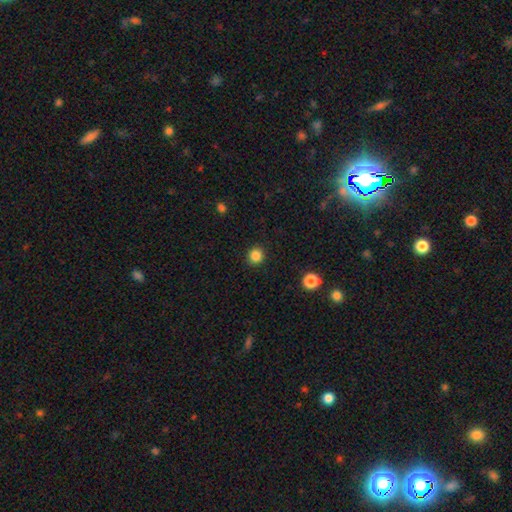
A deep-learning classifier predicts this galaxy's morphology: Q: Smooth or featured?
A: smooth (85%); runner-up: star or artifact (12%)
Q: How rounded?
A: round (92%); runner-up: in between (7%)
Q: Merging?
A: none (91%); runner-up: minor disturbance (6%)